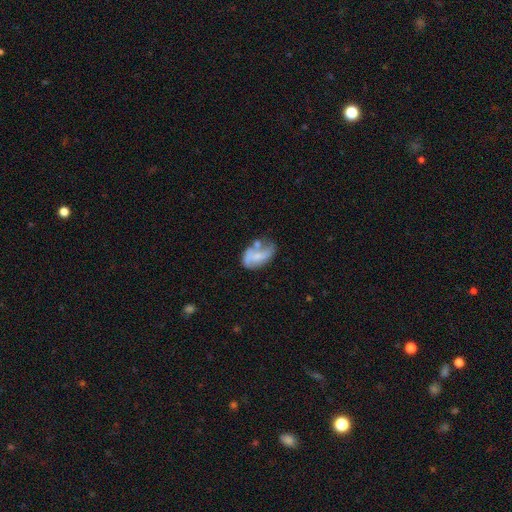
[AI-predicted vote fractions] Overall: featured or disk (57%; smooth 35%). Edge-on disk: no (97%). Bar: no (63%; weak 28%). Spiral arms: yes (62%; no 38%). Bulge size: small (39%; none 29%). Merging: none (35%; minor disturbance 25%).